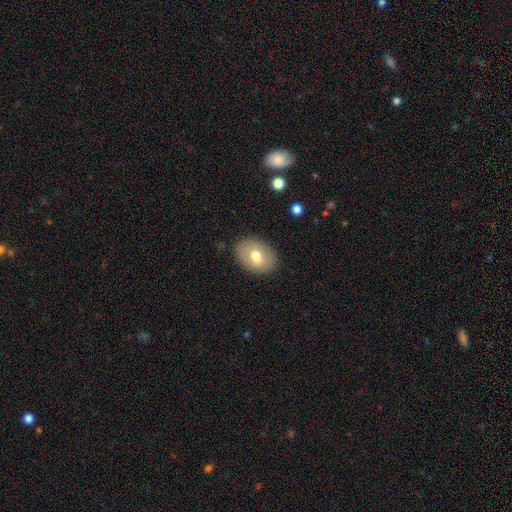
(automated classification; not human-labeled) Morphology: type=smooth (71%); roundness=in between (76%); merging=none (86%).